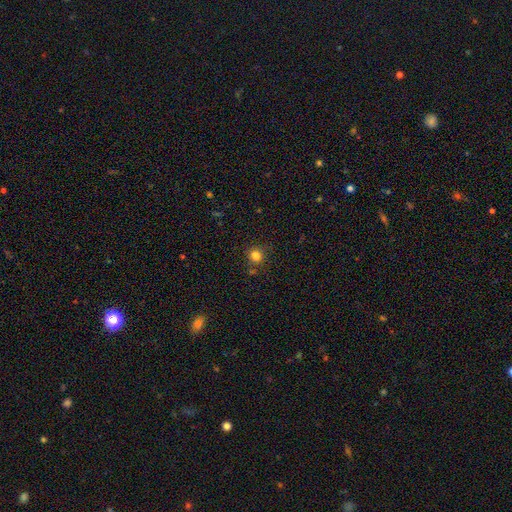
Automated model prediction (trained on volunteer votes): smooth-or-featured: smooth: 82% | star or artifact: 14% | featured or disk: 5%
  how-rounded: round: 92% | in between: 8% | cigar-shaped: 1%
  merging: none: 83% | minor disturbance: 9% | merger: 5% | major disturbance: 3%